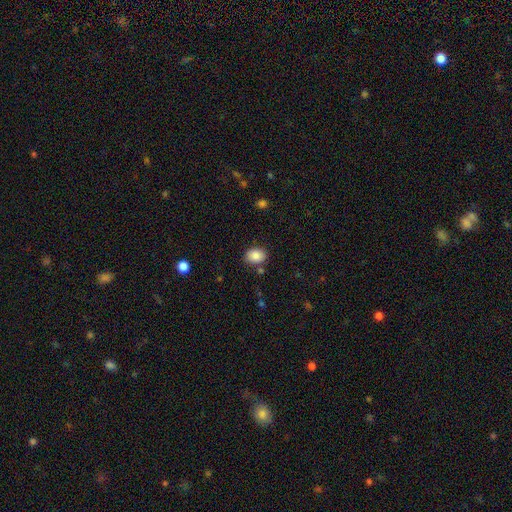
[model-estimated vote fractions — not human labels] A smooth galaxy with no disk features (86%) that is in between round and cigar-shaped (62%). Merging: none (82%).